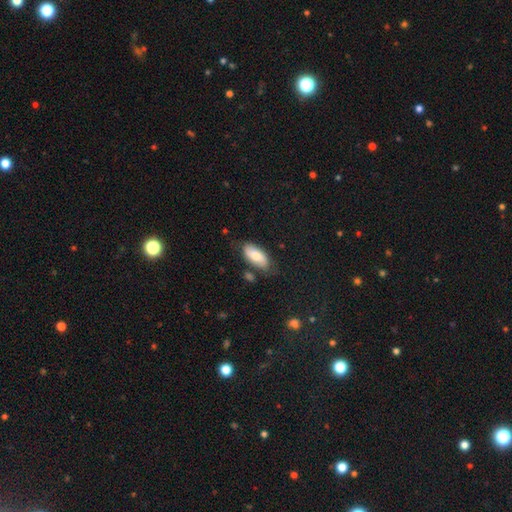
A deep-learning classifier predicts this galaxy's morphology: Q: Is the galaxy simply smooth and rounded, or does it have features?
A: smooth — 74%.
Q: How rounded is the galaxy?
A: in between — 89%.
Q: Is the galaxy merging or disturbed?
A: none — 67%.